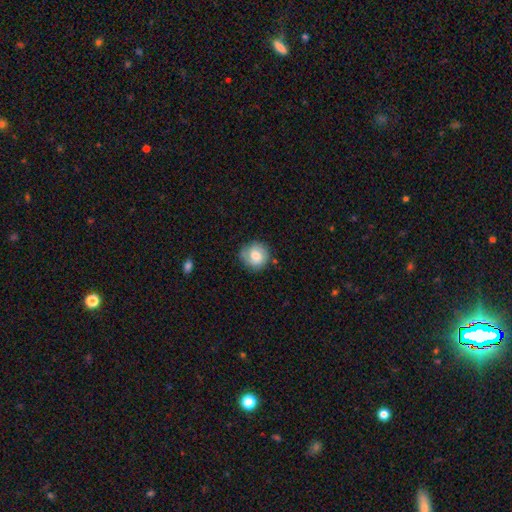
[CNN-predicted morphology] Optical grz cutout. It shows a smooth galaxy with no disk features (75%) that is round (90%). Merging: none (73%).